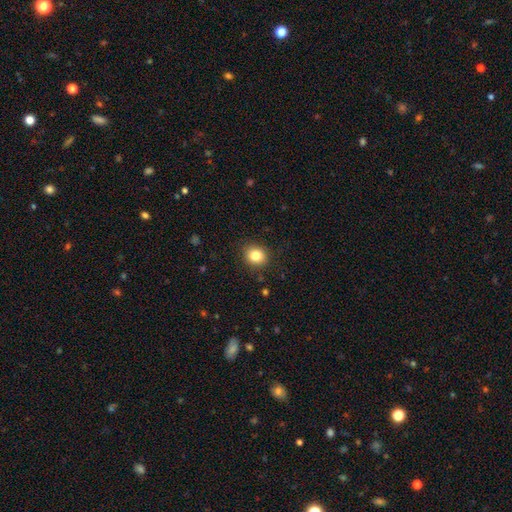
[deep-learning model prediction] Smooth or featured: smooth — 83% (star or artifact — 11%)
How rounded: round — 74% (in between — 25%)
Merging: none — 89% (minor disturbance — 8%)